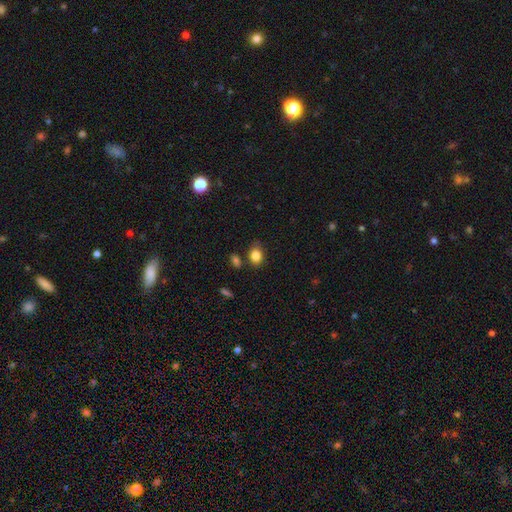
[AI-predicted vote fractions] Smooth or featured: smooth — 84% (star or artifact — 10%)
How rounded: in between — 59% (round — 40%)
Merging: none — 71% (minor disturbance — 18%)